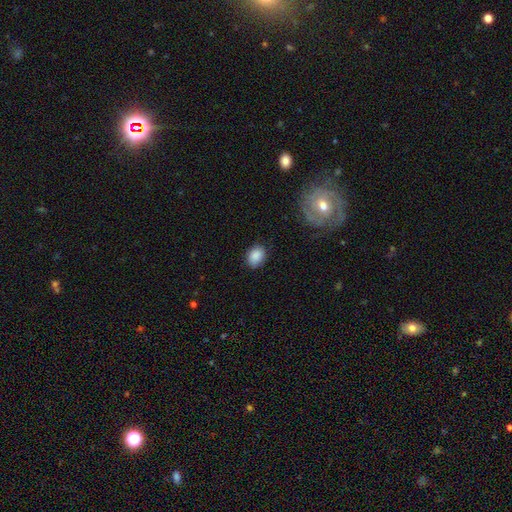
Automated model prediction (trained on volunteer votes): A smooth galaxy with no disk features (87%) that is in between round and cigar-shaped (63%).

Vote fractions:
- Smooth or featured? smooth: 87% / star or artifact: 8% / featured or disk: 5%
- How rounded? in between: 63% / round: 36% / cigar-shaped: 1%
- Merging? none: 80% / minor disturbance: 15% / major disturbance: 3% / merger: 1%